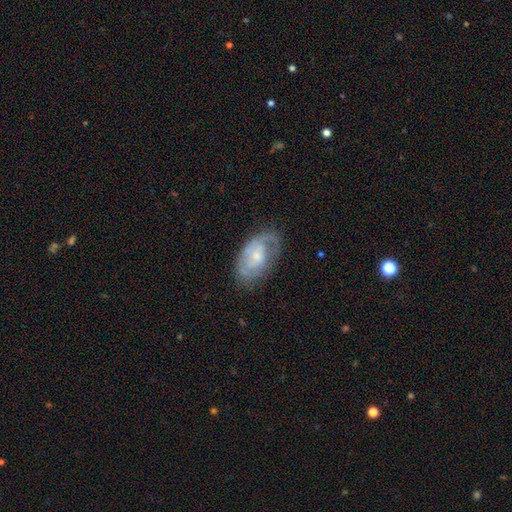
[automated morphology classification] This appears to be a featured or disk galaxy (68%) with no bar (67%), 2 (38%) tight (46%) spiral arms (78%) and a small central bulge (48%). Merging: none (63%).